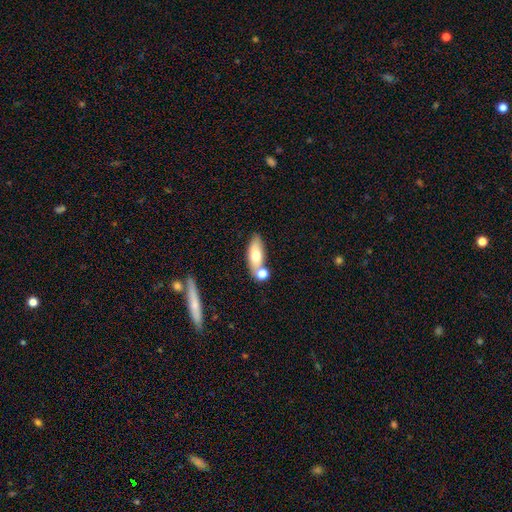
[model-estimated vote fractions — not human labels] This appears to be a smooth galaxy with no disk features (70%) that is in between round and cigar-shaped (74%). Merging: none (55%).